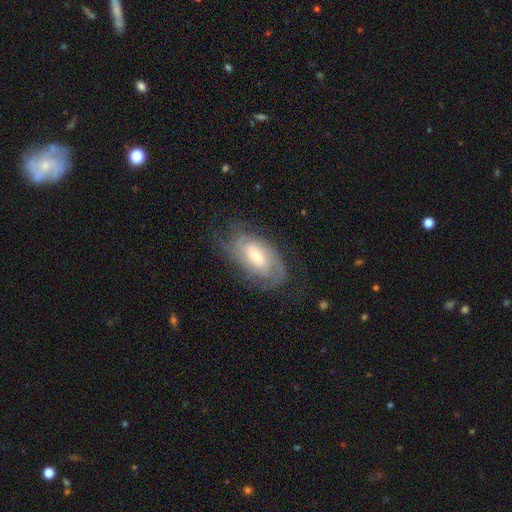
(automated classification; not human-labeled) Smooth or featured?
  - featured or disk: 81% *
  - smooth: 13%
  - star or artifact: 6%
Edge-on disk?
  - no: 94% *
  - yes: 6%
Bar?
  - weak: 48% *
  - no: 34%
  - strong: 18%
Spiral arms?
  - yes: 94% *
  - no: 6%
Spiral winding?
  - tight: 57% *
  - medium: 34%
  - loose: 10%
Spiral arm count?
  - can't tell: 35% *
  - 2: 33%
  - 3: 16%
  - 4: 7%
  - 1: 5%
  - more than 4: 4%
Bulge size?
  - small: 46% *
  - moderate: 44%
  - large: 6%
  - none: 3%
  - dominant: 1%
Merging?
  - none: 69% *
  - minor disturbance: 19%
  - major disturbance: 10%
  - merger: 1%